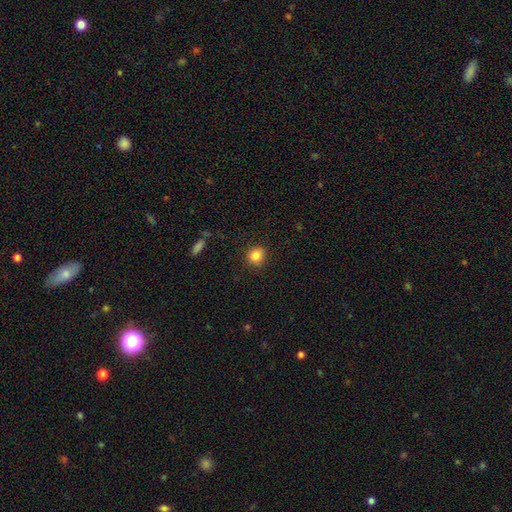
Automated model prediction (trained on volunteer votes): Smooth or featured?
  - smooth: 84% *
  - star or artifact: 10%
  - featured or disk: 5%
How rounded?
  - round: 88% *
  - in between: 11%
  - cigar-shaped: 1%
Merging?
  - none: 89% *
  - minor disturbance: 8%
  - major disturbance: 2%
  - merger: 1%